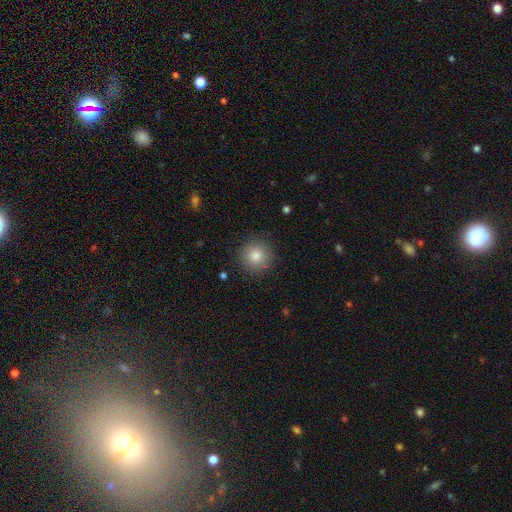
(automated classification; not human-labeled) Q: Smooth or featured?
A: smooth (82%); runner-up: star or artifact (11%)
Q: How rounded?
A: round (95%); runner-up: in between (4%)
Q: Merging?
A: none (89%); runner-up: minor disturbance (7%)